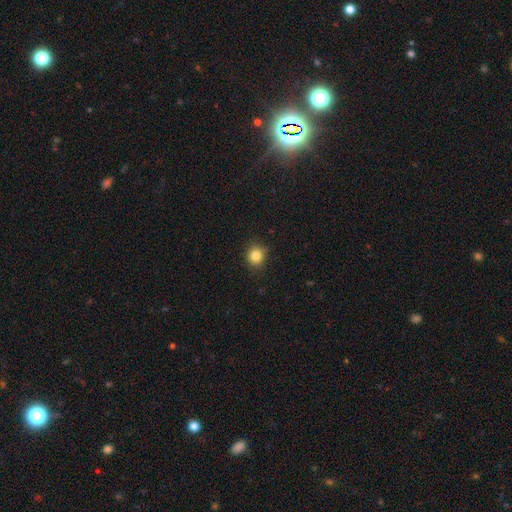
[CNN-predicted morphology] Overall: smooth (83%). How rounded: round (86%). Merging: none (86%).